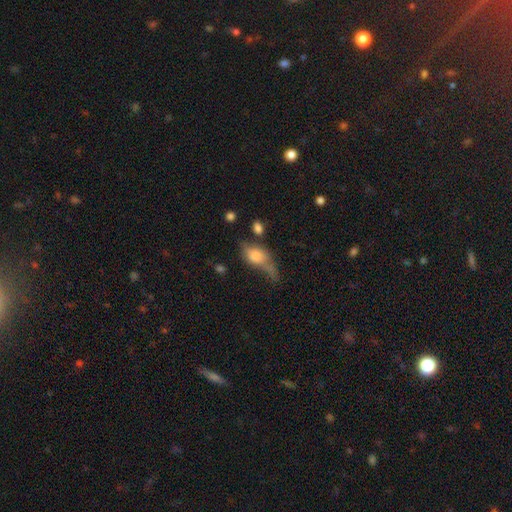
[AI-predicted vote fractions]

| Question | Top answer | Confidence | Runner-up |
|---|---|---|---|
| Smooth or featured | smooth | 61% | featured or disk (28%) |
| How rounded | in between | 73% | round (18%) |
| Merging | major disturbance | 35% | minor disturbance (26%) |